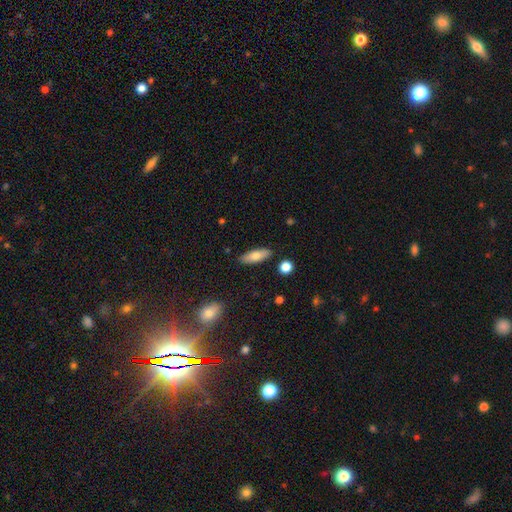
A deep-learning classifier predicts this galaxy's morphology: Smooth or featured? Predicted: smooth (p=0.74). How rounded? Predicted: in between (p=0.61). Merging? Predicted: none (p=0.87).